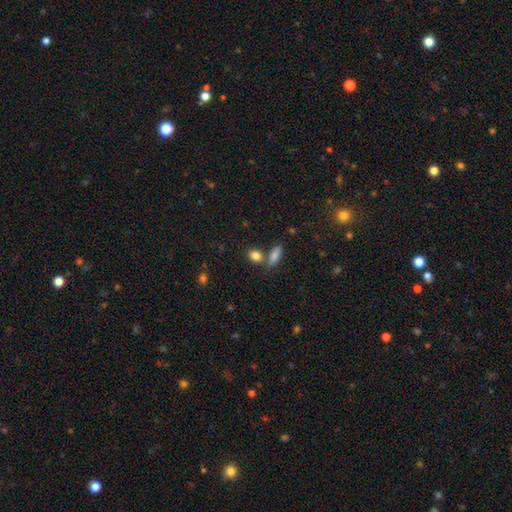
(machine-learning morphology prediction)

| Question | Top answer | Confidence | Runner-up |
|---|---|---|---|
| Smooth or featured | smooth | 85% | star or artifact (9%) |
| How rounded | in between | 70% | round (24%) |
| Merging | none | 61% | merger (25%) |